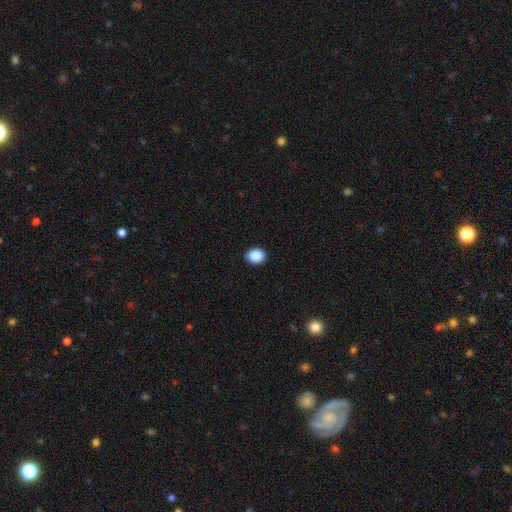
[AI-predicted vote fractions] The model was most divided on "how rounded": in between: 58%, round: 41%, cigar-shaped: 1%. More confident: smooth or featured — smooth (90%); merging — none (89%).